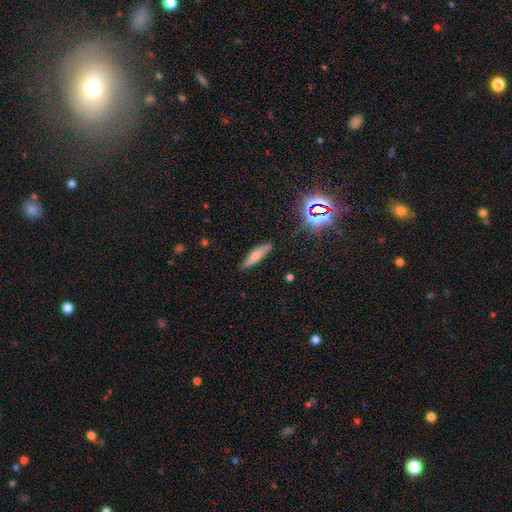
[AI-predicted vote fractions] Smooth or featured? Predicted: smooth (p=0.67). How rounded? Predicted: cigar-shaped (p=0.71). Merging? Predicted: none (p=0.82).